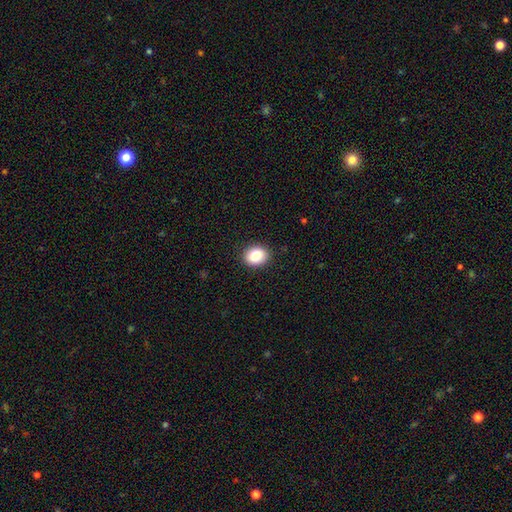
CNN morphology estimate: smooth_or_featured: smooth (p=0.84) [alt: star or artifact p=0.09]
how_rounded: round (p=0.59) [alt: in between p=0.40]
merging: none (p=0.91) [alt: minor disturbance p=0.07]